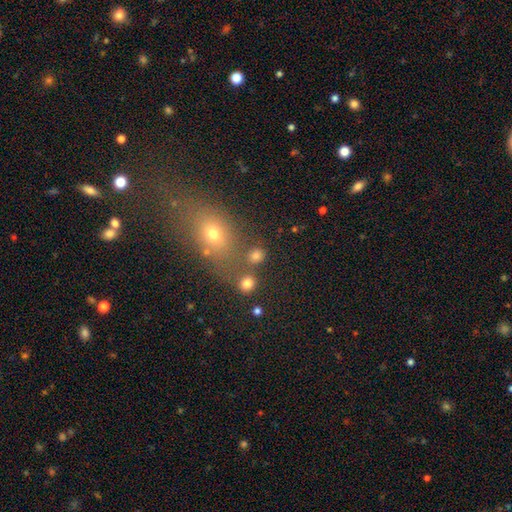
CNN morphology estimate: Overall: smooth (76%). How rounded: round (74%). Merging: none (68%).